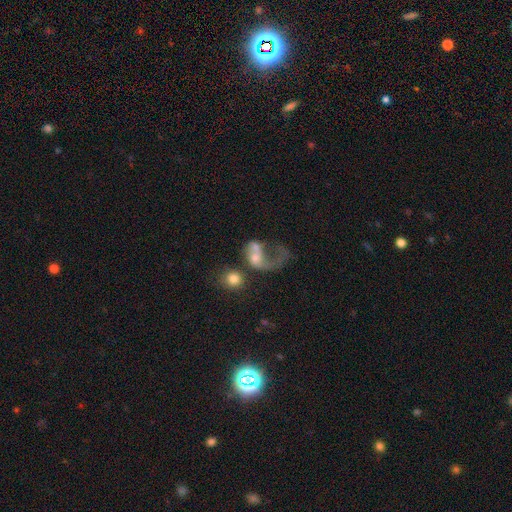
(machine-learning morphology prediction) A featured or disk galaxy (51%). Merging: major disturbance (42%).